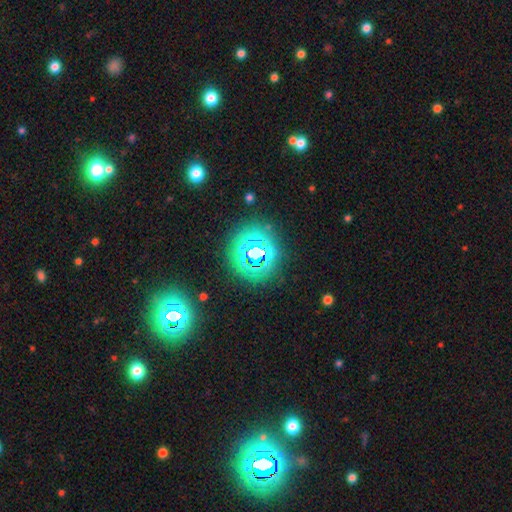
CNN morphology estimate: type=star or artifact (74%).